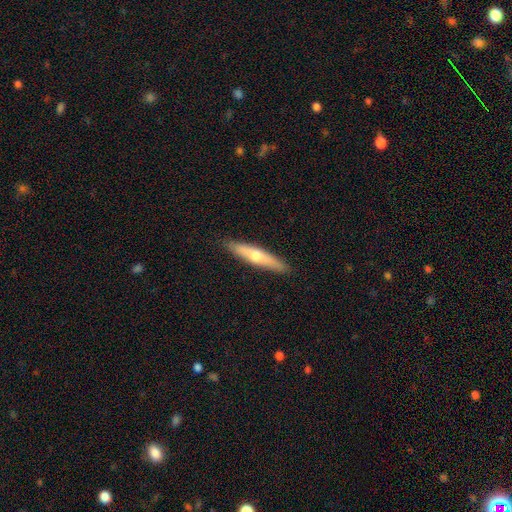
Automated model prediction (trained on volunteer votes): A smooth galaxy with no disk features (50%). Merging: none (90%).